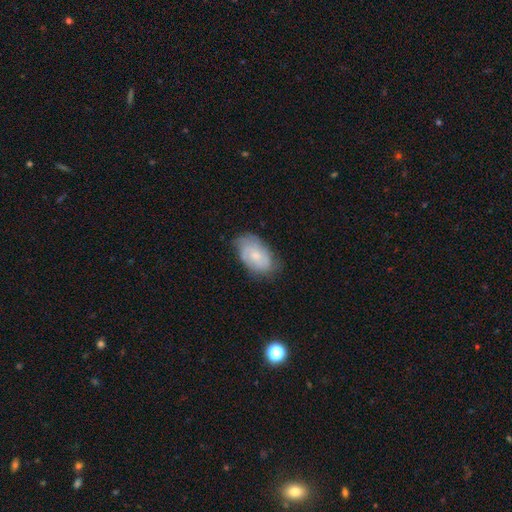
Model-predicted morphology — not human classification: The model was most divided on "smooth or featured": featured or disk: 47%, smooth: 46%, star or artifact: 7%. More confident: merging — none (65%).